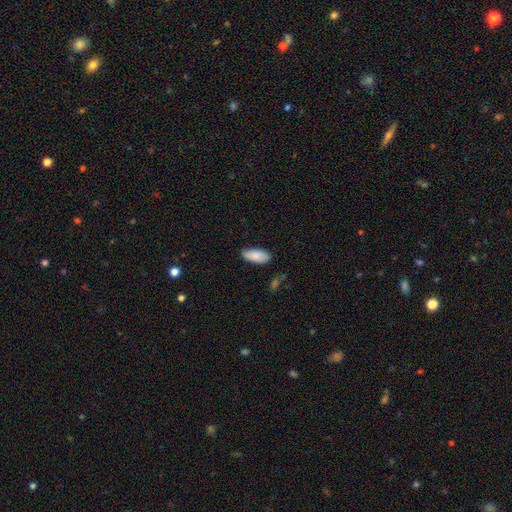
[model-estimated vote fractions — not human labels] smooth 87%, featured or disk 7%, star or artifact 6%. Down the decision tree: how rounded — in between (89%); merging — none (84%).